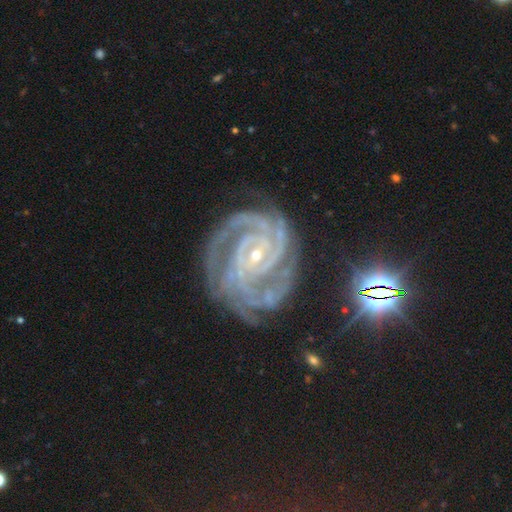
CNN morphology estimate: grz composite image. It shows a featured or disk galaxy (92%) with no bar (49%), 3 (30%) tight (78%) spiral arms (99%) and a small central bulge (80%). Merging: none (69%).